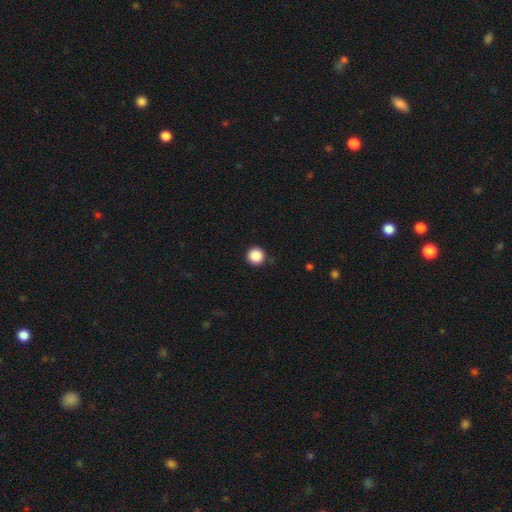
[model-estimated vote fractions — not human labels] A smooth galaxy with no disk features (88%) that is round (96%). Merging: none (91%).